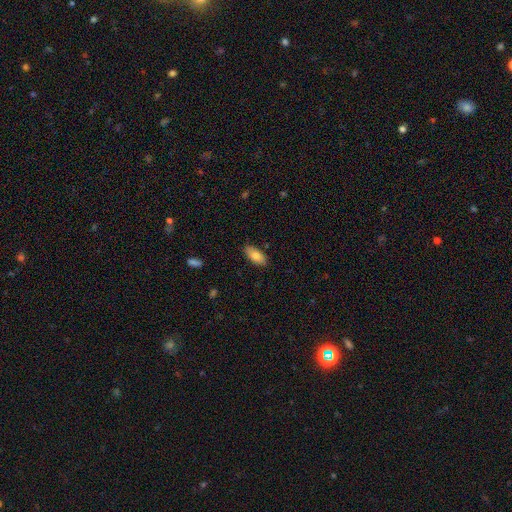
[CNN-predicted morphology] Smooth or featured: smooth — 81% (featured or disk — 13%)
How rounded: in between — 89% (cigar-shaped — 9%)
Merging: none — 85% (minor disturbance — 12%)